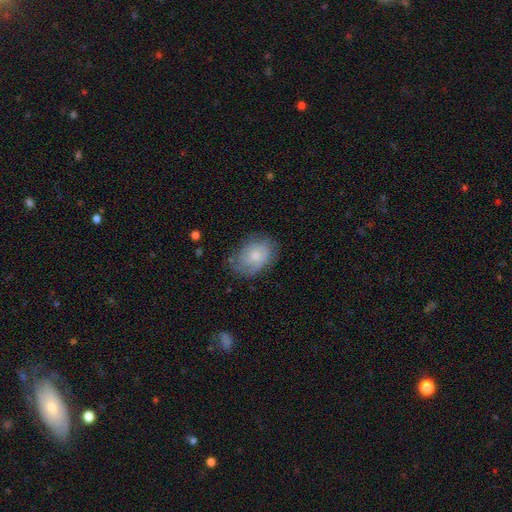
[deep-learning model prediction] A smooth galaxy with no disk features (48%).

Vote fractions:
- Smooth or featured? smooth: 48% / featured or disk: 44% / star or artifact: 8%
- Merging? none: 66% / minor disturbance: 24% / major disturbance: 8% / merger: 2%